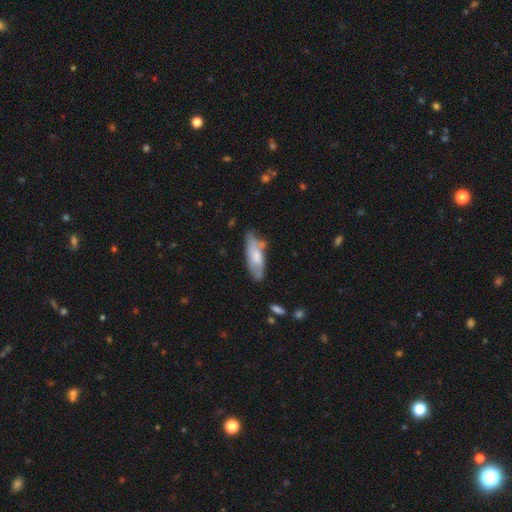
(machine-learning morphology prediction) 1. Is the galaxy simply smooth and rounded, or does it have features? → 60% smooth, 33% featured or disk, 6% star or artifact.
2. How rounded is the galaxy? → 62% in between, 36% cigar-shaped, 2% round.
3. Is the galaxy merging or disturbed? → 55% none, 30% minor disturbance, 9% major disturbance, 7% merger.